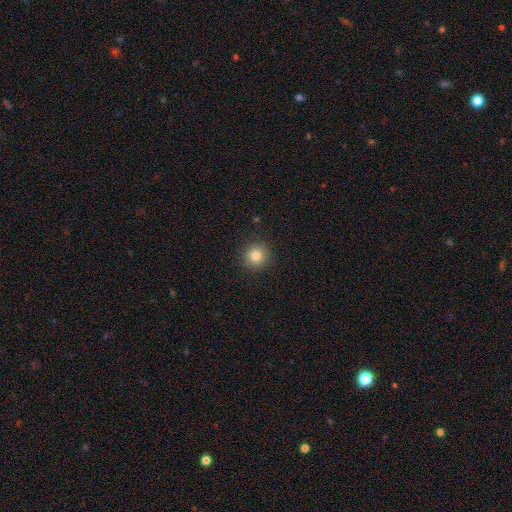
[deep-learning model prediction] Smooth or featured? Predicted: smooth (p=0.81). How rounded? Predicted: round (p=0.94). Merging? Predicted: none (p=0.91).